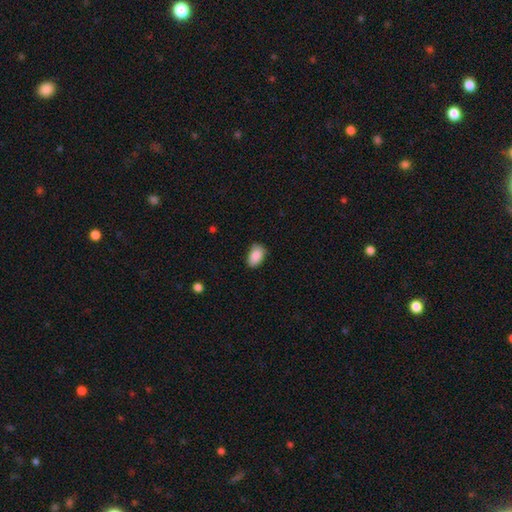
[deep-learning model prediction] Q: Smooth or featured?
A: smooth (89%); runner-up: star or artifact (7%)
Q: How rounded?
A: in between (90%); runner-up: round (8%)
Q: Merging?
A: none (76%); runner-up: minor disturbance (19%)